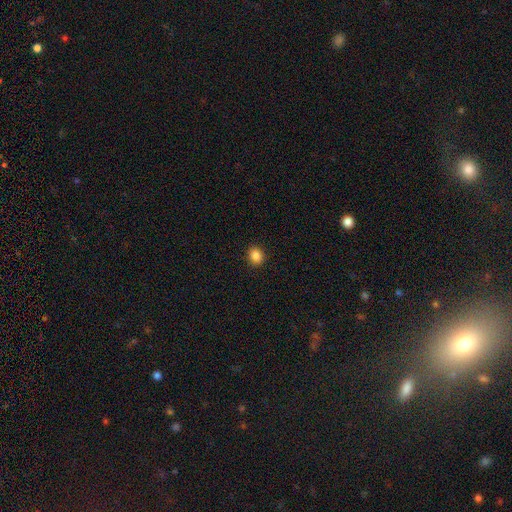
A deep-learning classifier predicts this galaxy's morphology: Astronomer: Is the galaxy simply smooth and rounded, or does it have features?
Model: smooth — 87%.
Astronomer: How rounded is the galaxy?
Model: round — 60% (runner-up: in between, 39%).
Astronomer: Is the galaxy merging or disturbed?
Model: none — 91%.